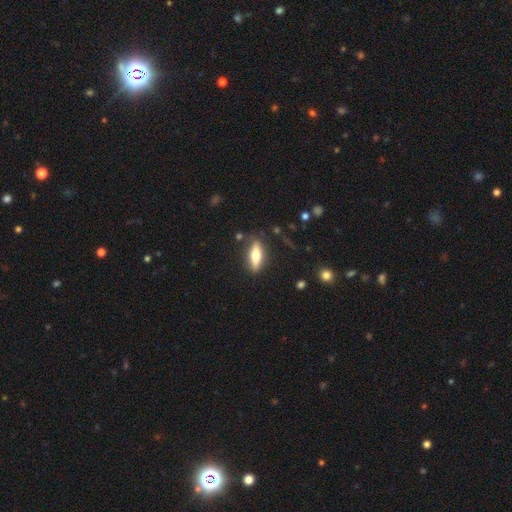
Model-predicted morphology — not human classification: Smooth or featured?
  - smooth: 58% *
  - featured or disk: 36%
  - star or artifact: 6%
How rounded?
  - in between: 53% *
  - cigar-shaped: 44%
  - round: 3%
Merging?
  - none: 82% *
  - minor disturbance: 12%
  - major disturbance: 3%
  - merger: 2%